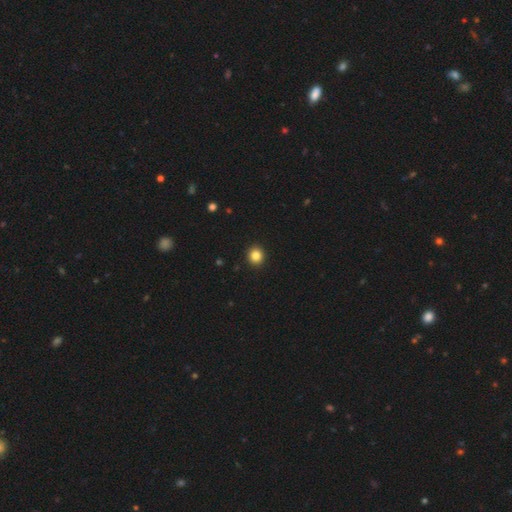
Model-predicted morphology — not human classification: Smooth or featured? Predicted: smooth (p=0.85). How rounded? Predicted: round (p=0.90). Merging? Predicted: none (p=0.93).